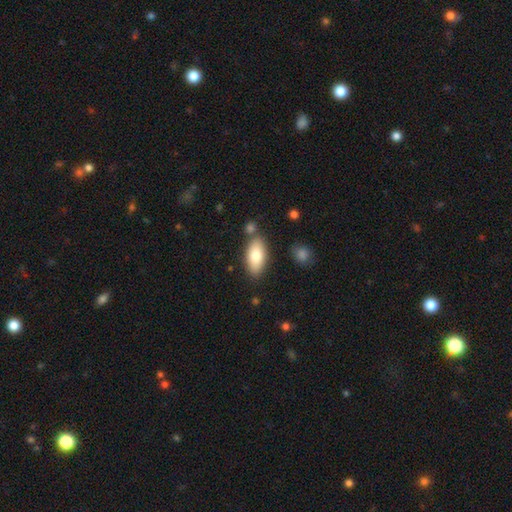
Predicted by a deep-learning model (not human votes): A smooth galaxy with no disk features (79%) that is in between round and cigar-shaped (89%). Merging: none (76%).